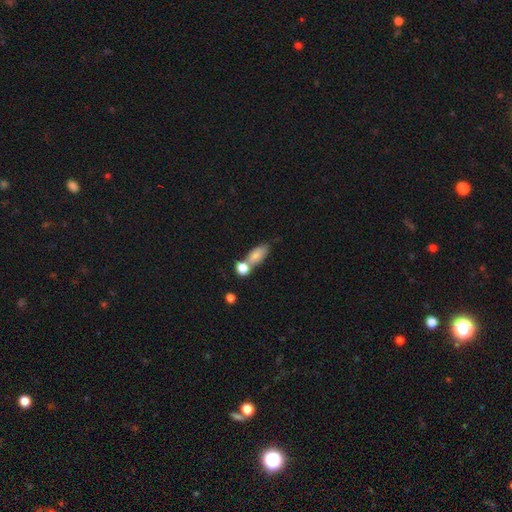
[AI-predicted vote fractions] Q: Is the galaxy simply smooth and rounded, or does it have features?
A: smooth — 79%.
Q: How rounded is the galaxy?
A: in between — 77%.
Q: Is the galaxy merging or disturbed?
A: none — 41%.